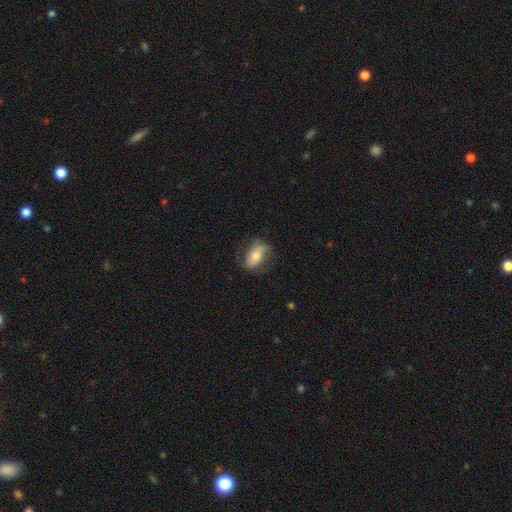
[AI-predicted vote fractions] Overall: smooth (59%; featured or disk 34%). How rounded: in between (86%). Merging: none (71%).